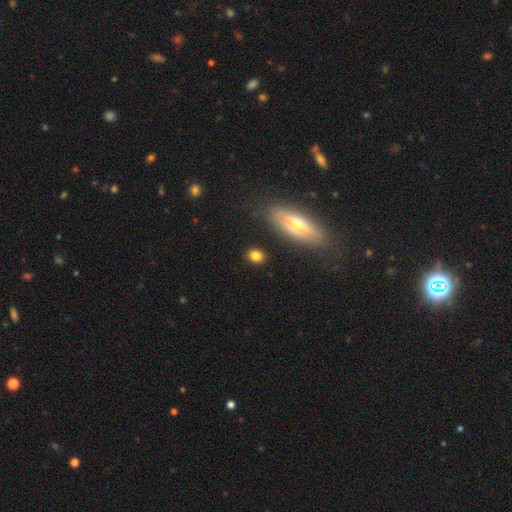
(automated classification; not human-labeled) smooth 80%, featured or disk 10%, star or artifact 10%. Down the decision tree: how rounded — round (50%); merging — none (85%).